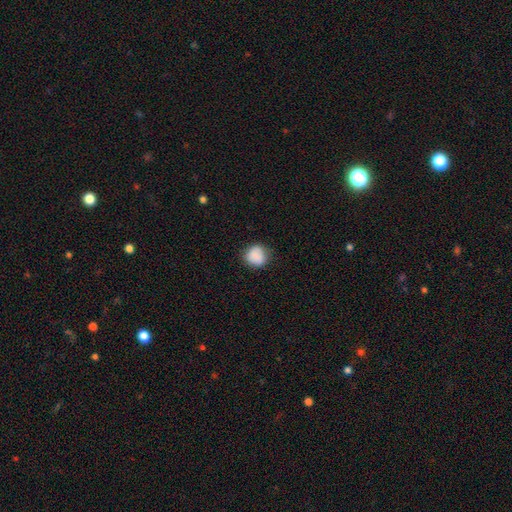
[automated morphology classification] Smooth or featured: smooth — 87% (star or artifact — 8%)
How rounded: round — 84% (in between — 15%)
Merging: none — 80% (minor disturbance — 15%)